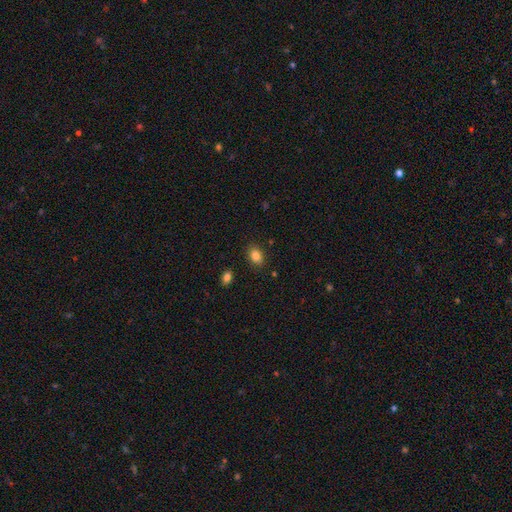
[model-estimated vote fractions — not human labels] smooth 85%, star or artifact 10%, featured or disk 5%. Down the decision tree: how rounded — in between (74%); merging — none (86%).